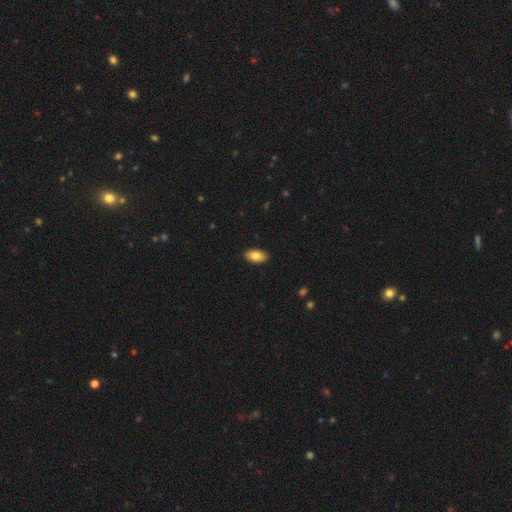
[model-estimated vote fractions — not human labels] Q: Smooth or featured?
A: smooth (83%); runner-up: featured or disk (10%)
Q: How rounded?
A: in between (94%); runner-up: round (4%)
Q: Merging?
A: none (90%); runner-up: minor disturbance (7%)